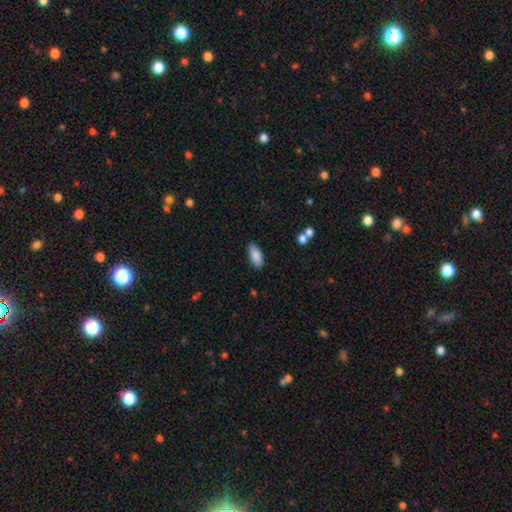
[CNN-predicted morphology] A smooth galaxy with no disk features (87%) that is in between round and cigar-shaped (84%).

Vote fractions:
- Smooth or featured? smooth: 87% / featured or disk: 7% / star or artifact: 6%
- How rounded? in between: 84% / cigar-shaped: 15% / round: 2%
- Merging? none: 82% / minor disturbance: 13% / major disturbance: 2% / merger: 2%